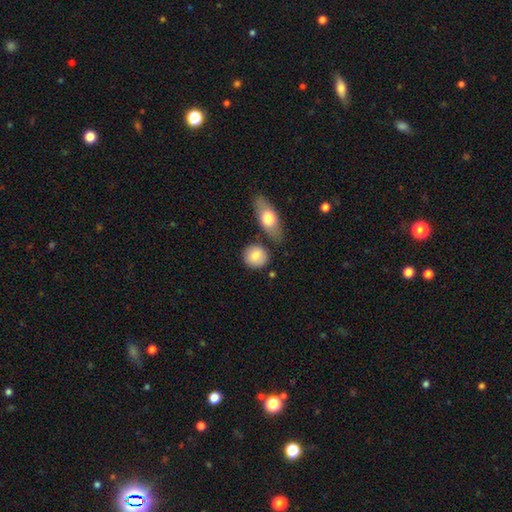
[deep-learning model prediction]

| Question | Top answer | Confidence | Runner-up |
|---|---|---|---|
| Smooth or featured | smooth | 82% | featured or disk (12%) |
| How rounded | round | 81% | in between (17%) |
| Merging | none | 74% | minor disturbance (12%) |